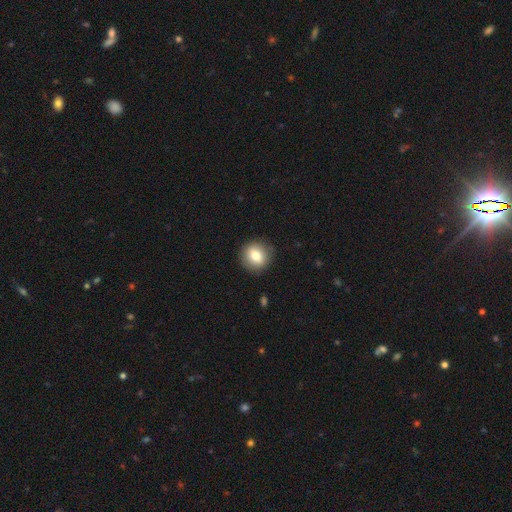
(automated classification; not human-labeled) A smooth galaxy with no disk features (78%) that is round (83%).

Vote fractions:
- Smooth or featured? smooth: 78% / featured or disk: 13% / star or artifact: 9%
- How rounded? round: 83% / in between: 16% / cigar-shaped: 1%
- Merging? none: 89% / minor disturbance: 8% / major disturbance: 2% / merger: 1%